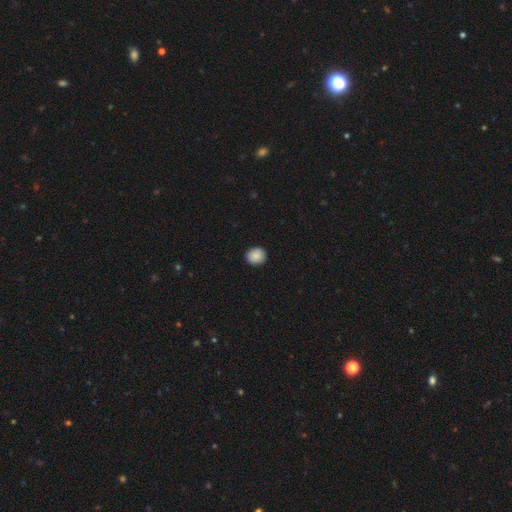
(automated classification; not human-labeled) This is clearly a smooth galaxy (89%). How rounded: likely round (78%). Merging: clearly none (91%).